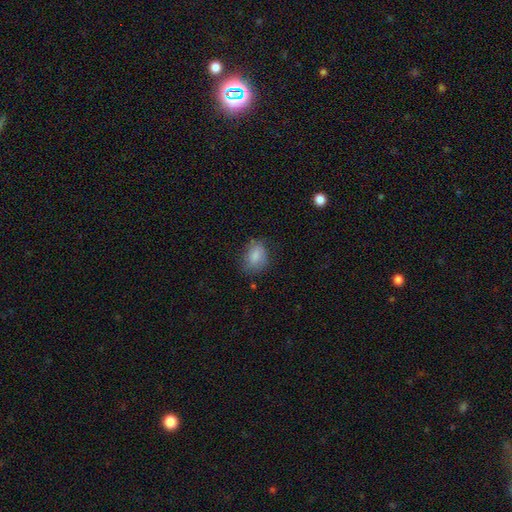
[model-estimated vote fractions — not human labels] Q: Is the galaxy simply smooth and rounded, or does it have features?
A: smooth — 83%.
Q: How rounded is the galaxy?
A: in between — 74%.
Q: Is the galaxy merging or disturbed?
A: none — 65%.